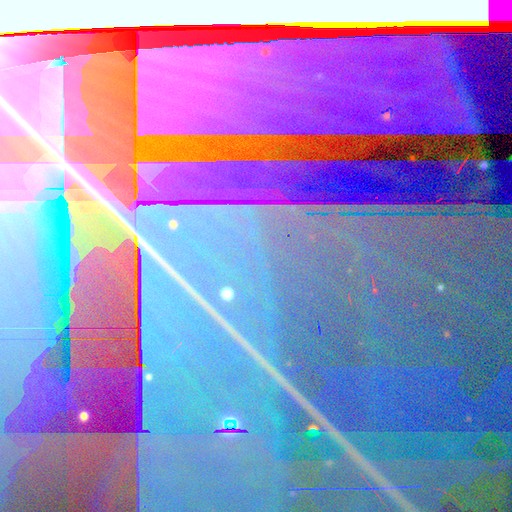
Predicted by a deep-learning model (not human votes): Smooth or featured?
  - star or artifact: 89% *
  - featured or disk: 6%
  - smooth: 4%